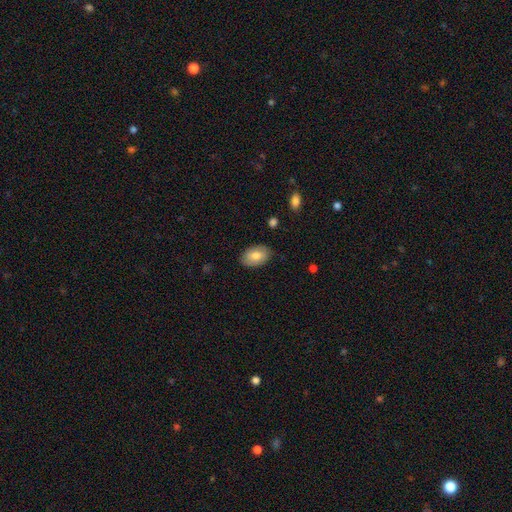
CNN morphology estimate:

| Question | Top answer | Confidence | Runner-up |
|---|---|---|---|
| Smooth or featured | smooth | 77% | featured or disk (17%) |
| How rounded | in between | 91% | round (8%) |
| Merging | none | 85% | minor disturbance (12%) |